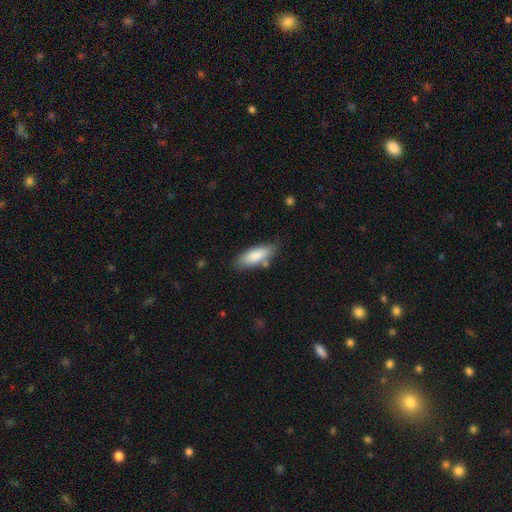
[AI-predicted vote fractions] Smooth or featured?
  - smooth: 85% *
  - featured or disk: 9%
  - star or artifact: 6%
How rounded?
  - in between: 65% *
  - cigar-shaped: 33%
  - round: 2%
Merging?
  - none: 77% *
  - minor disturbance: 15%
  - merger: 5%
  - major disturbance: 3%